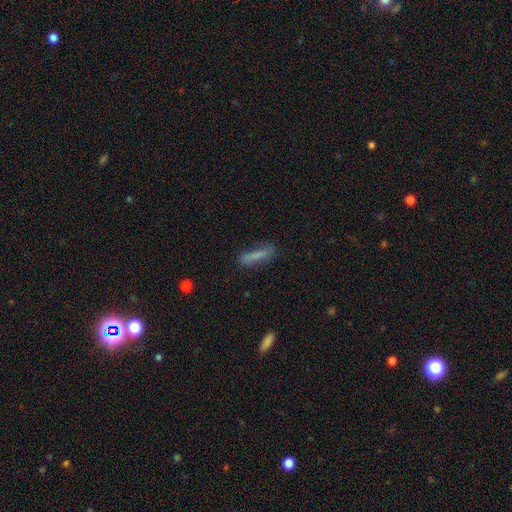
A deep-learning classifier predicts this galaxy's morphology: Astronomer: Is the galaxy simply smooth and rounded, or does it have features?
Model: smooth — 74%.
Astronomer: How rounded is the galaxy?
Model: cigar-shaped — 73%.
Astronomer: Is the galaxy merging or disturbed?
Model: none — 69%.